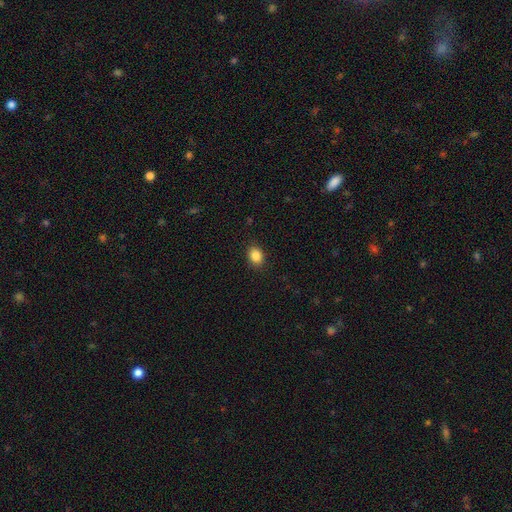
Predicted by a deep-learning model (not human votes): This is clearly a smooth galaxy (87%). How rounded: likely in between (61%). Merging: clearly none (88%).